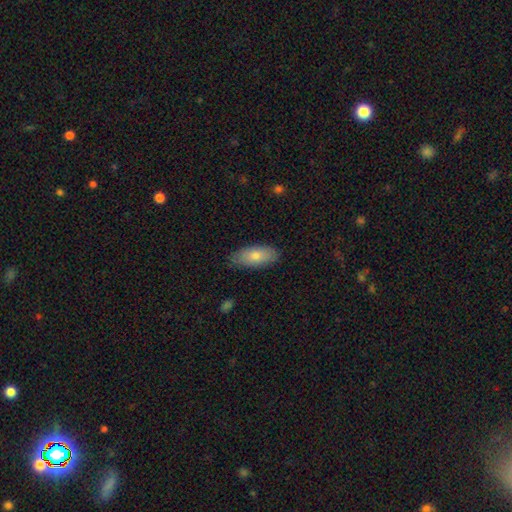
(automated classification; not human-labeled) smooth 75%, featured or disk 19%, star or artifact 6%. Down the decision tree: how rounded — in between (82%); merging — none (83%).